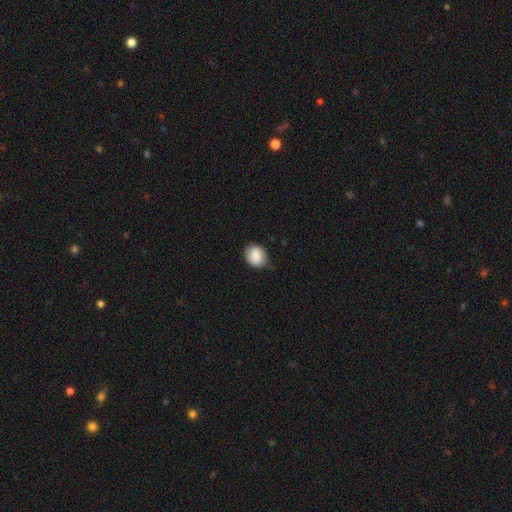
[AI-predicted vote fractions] smooth-or-featured: smooth: 86% | star or artifact: 7% | featured or disk: 7%
  how-rounded: round: 54% | in between: 45% | cigar-shaped: 1%
  merging: none: 74% | minor disturbance: 22% | major disturbance: 4% | merger: 1%